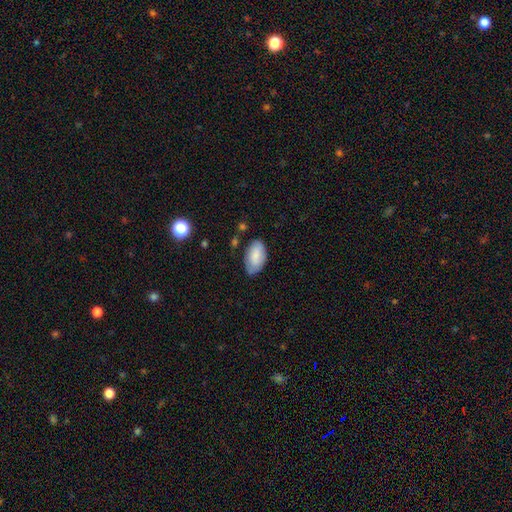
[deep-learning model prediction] A smooth galaxy with no disk features (82%) that is in between round and cigar-shaped (95%). Merging: none (70%).